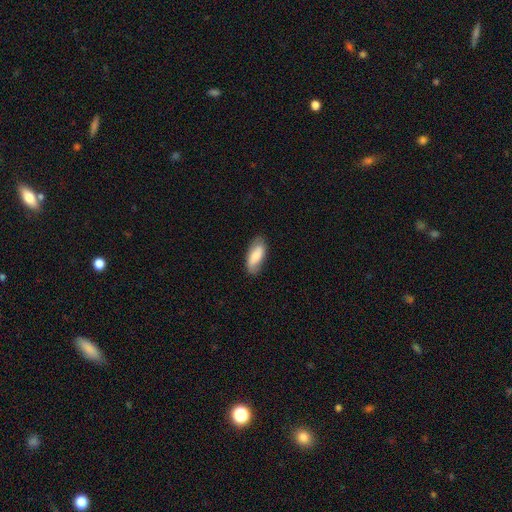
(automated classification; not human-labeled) A smooth galaxy with no disk features (73%) that is in between round and cigar-shaped (83%). Merging: none (79%).